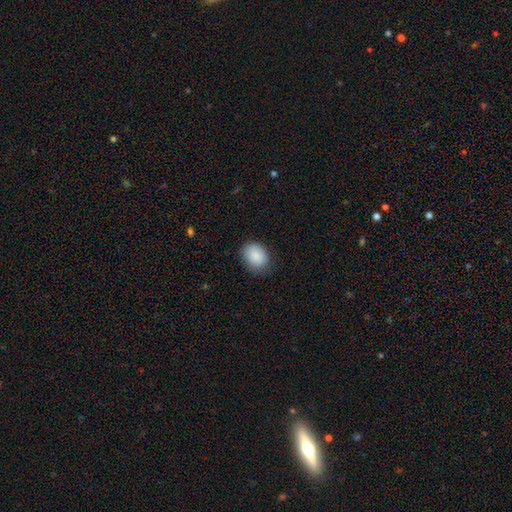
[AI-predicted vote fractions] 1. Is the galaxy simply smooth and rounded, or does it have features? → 89% smooth, 7% star or artifact, 4% featured or disk.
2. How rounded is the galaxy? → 63% in between, 36% round, 1% cigar-shaped.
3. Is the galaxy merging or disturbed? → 78% none, 17% minor disturbance, 4% major disturbance, 1% merger.